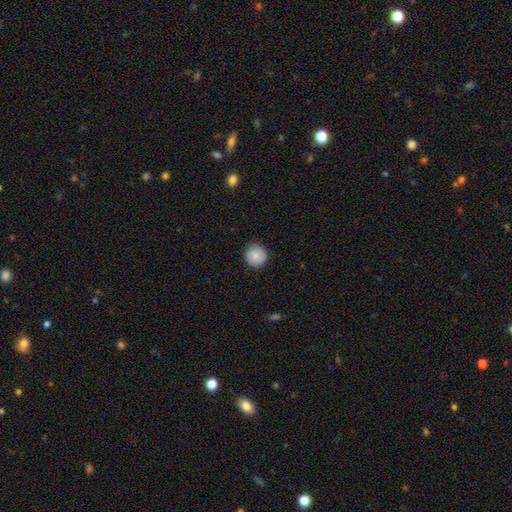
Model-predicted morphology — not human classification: smooth_or_featured: smooth (p=0.84) [alt: featured or disk p=0.09]
how_rounded: round (p=0.94) [alt: in between p=0.05]
merging: none (p=0.87) [alt: minor disturbance p=0.10]